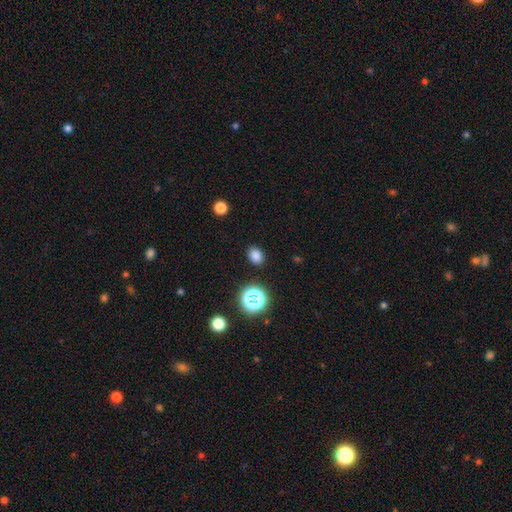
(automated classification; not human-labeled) Smooth or featured?
  - smooth: 80% *
  - star or artifact: 16%
  - featured or disk: 4%
How rounded?
  - in between: 60% *
  - round: 39%
  - cigar-shaped: 1%
Merging?
  - none: 88% *
  - minor disturbance: 8%
  - major disturbance: 3%
  - merger: 1%